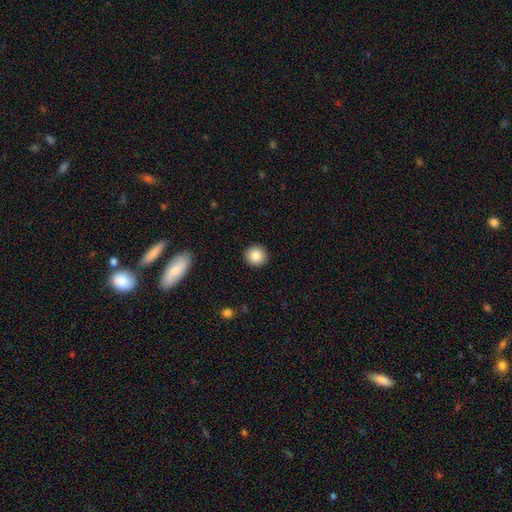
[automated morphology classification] smooth-or-featured: smooth: 84% | star or artifact: 9% | featured or disk: 7%
  how-rounded: round: 94% | in between: 5% | cigar-shaped: 1%
  merging: none: 92% | minor disturbance: 5% | major disturbance: 2% | merger: 1%